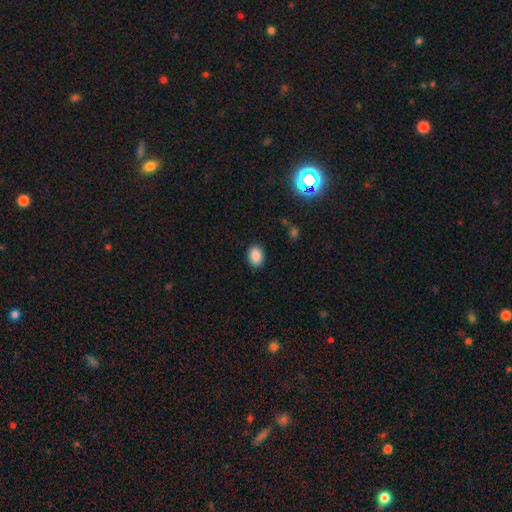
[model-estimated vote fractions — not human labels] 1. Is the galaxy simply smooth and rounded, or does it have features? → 88% smooth, 9% star or artifact, 3% featured or disk.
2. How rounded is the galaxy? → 73% in between, 26% round, 1% cigar-shaped.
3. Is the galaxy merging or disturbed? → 88% none, 8% minor disturbance, 2% major disturbance, 1% merger.